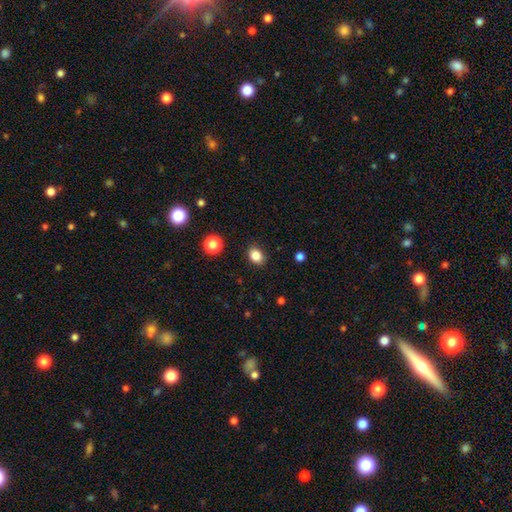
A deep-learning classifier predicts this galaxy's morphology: The model was most divided on "how rounded": in between: 58%, round: 41%, cigar-shaped: 1%. More confident: merging — none (88%); smooth or featured — smooth (84%).